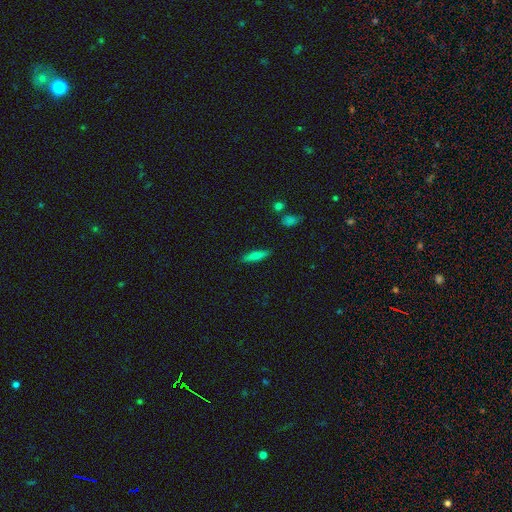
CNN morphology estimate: This appears to be a smooth galaxy with no disk features (64%) that is cigar-shaped (76%). Merging: none (88%).